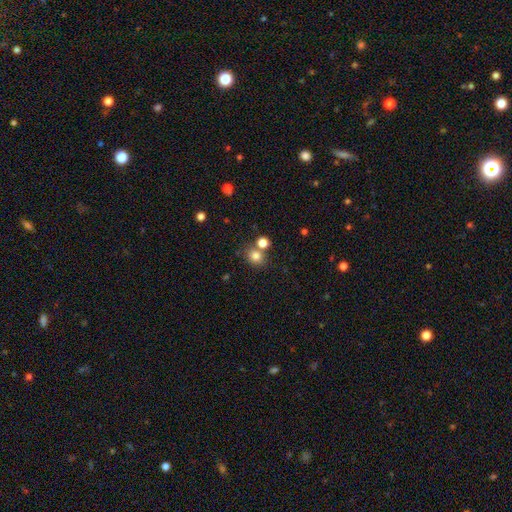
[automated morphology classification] Smooth or featured? Predicted: smooth (p=0.79). How rounded? Predicted: round (p=0.73). Merging? Predicted: none (p=0.62).